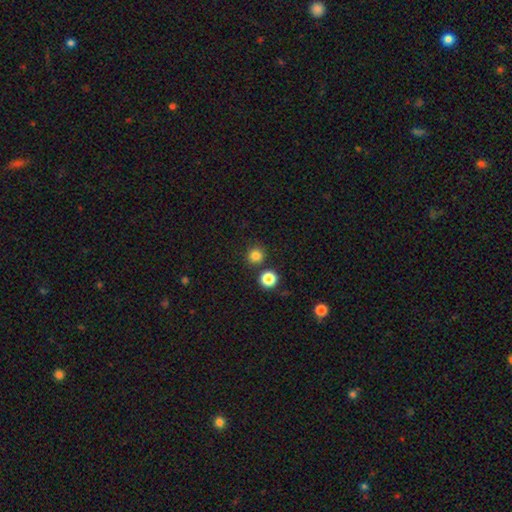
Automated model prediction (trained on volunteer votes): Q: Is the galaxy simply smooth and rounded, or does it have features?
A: smooth — 82%.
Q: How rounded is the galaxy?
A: round — 94%.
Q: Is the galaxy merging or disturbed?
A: none — 84%.